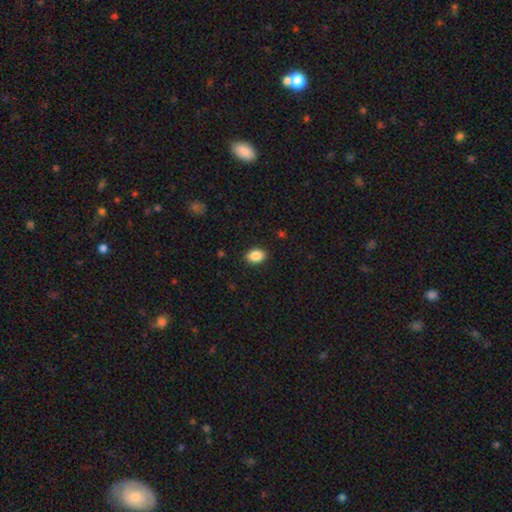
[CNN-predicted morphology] This appears to be a smooth galaxy with no disk features (88%) that is in between round and cigar-shaped (80%). Merging: none (89%).